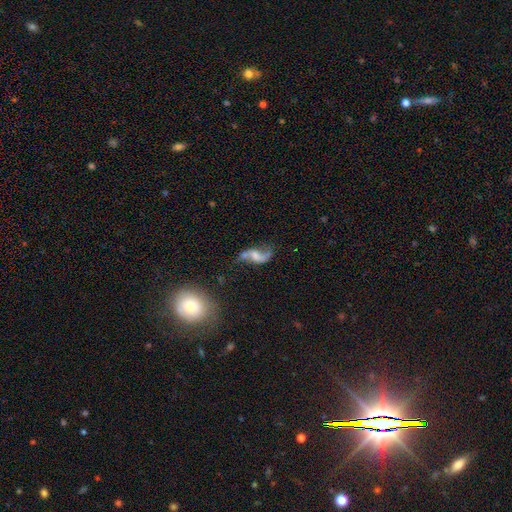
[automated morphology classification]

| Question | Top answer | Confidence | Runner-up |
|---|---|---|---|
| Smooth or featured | featured or disk | 76% | smooth (16%) |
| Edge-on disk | no | 95% | yes (5%) |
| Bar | no | 49% | weak (39%) |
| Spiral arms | yes | 90% | no (10%) |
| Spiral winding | loose | 86% | medium (11%) |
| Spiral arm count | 2 | 89% | 1 (6%) |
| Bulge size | none | 30% | tied: moderate (30%) |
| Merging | none | 49% | minor disturbance (19%) |